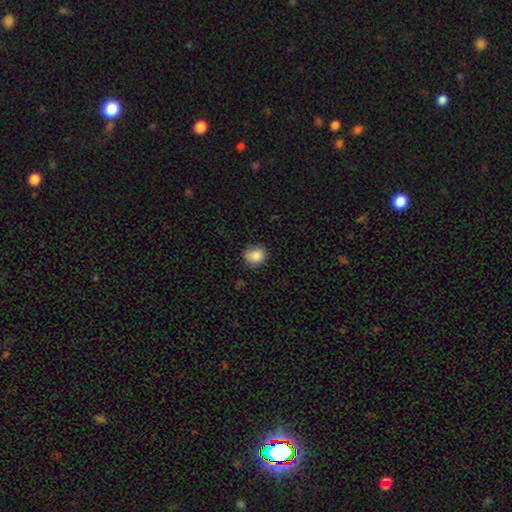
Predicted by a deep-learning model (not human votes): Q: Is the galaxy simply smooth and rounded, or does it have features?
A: smooth — 86%.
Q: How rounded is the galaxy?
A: round — 71%.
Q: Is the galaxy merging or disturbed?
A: none — 75%.